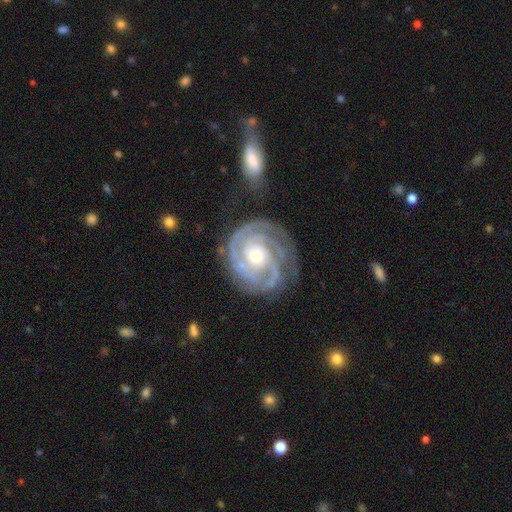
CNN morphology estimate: This is clearly a featured or disk galaxy (90%). It is clearly not viewed edge-on (97%). Bar: likely no (73%). Spiral arm pattern: clearly yes (98%). Spiral arm count: marginally 2 (35%). Spiral winding: likely tight (80%). Central bulge: possibly small (52%). Merging: likely none (72%).